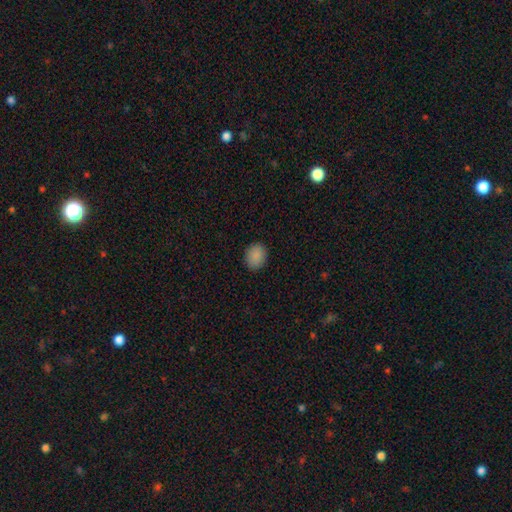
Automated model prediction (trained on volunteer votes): smooth_or_featured: smooth (p=0.88) [alt: star or artifact p=0.09]
how_rounded: round (p=0.56) [alt: in between p=0.43]
merging: none (p=0.89) [alt: minor disturbance p=0.08]